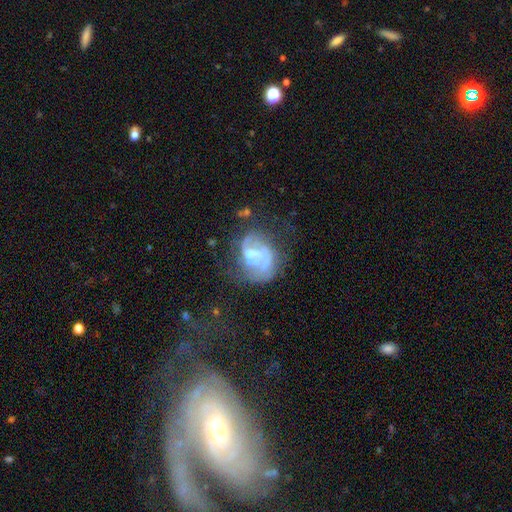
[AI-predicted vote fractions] A featured or disk galaxy (71%) with a weak bar (45%), spiral arms (67%) and a moderate central bulge (31%). Merging: none (43%).